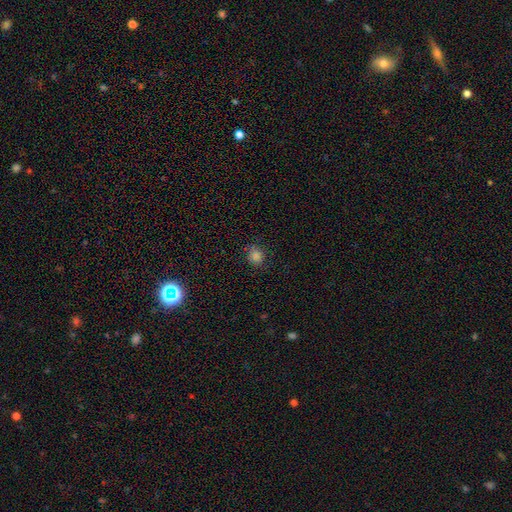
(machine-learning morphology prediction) smooth-or-featured: smooth: 77% | star or artifact: 18% | featured or disk: 5%
  how-rounded: round: 79% | in between: 20% | cigar-shaped: 1%
  merging: none: 83% | minor disturbance: 13% | major disturbance: 3% | merger: 1%